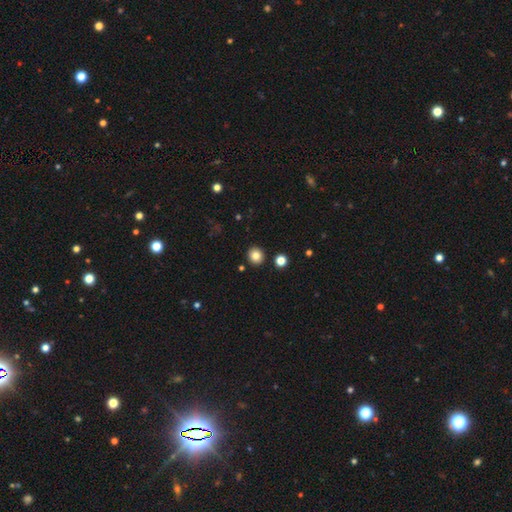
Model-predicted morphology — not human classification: Smooth or featured: smooth — 83% (star or artifact — 11%)
How rounded: round — 89% (in between — 10%)
Merging: none — 90% (minor disturbance — 5%)